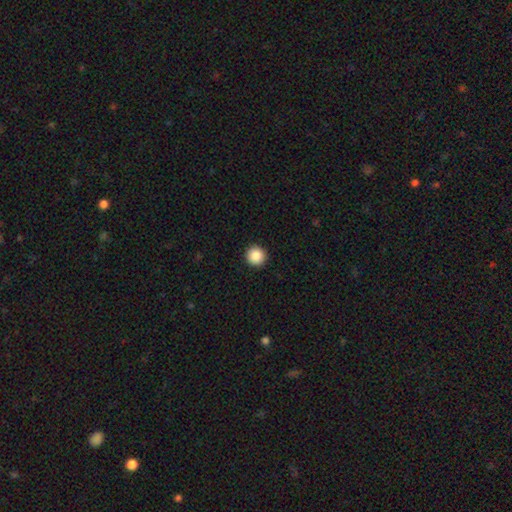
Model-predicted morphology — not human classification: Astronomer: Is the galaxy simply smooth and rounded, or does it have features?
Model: smooth — 88%.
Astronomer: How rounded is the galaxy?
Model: round — 96%.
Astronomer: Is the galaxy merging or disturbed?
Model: none — 94%.